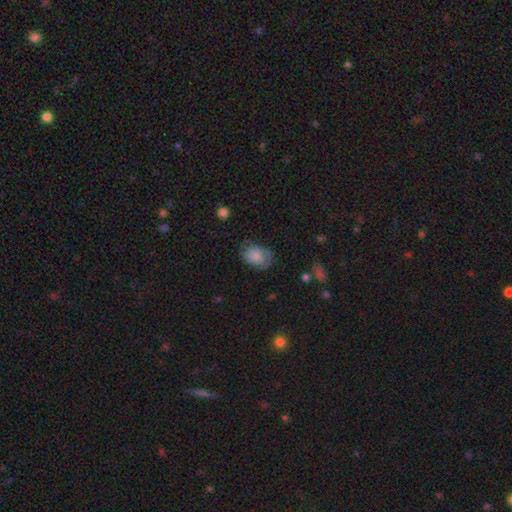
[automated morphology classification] A smooth galaxy with no disk features (71%) that is in between round and cigar-shaped (76%).

Vote fractions:
- Smooth or featured? smooth: 71% / featured or disk: 20% / star or artifact: 8%
- How rounded? in between: 76% / round: 23% / cigar-shaped: 1%
- Merging? none: 58% / minor disturbance: 27% / major disturbance: 12% / merger: 2%